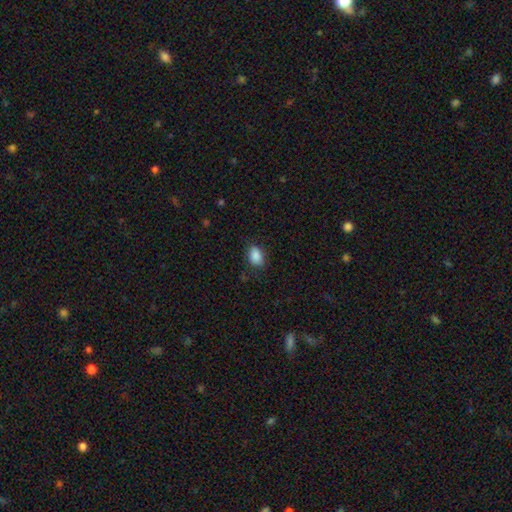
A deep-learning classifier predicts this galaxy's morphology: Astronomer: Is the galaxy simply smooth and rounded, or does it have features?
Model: smooth — 88%.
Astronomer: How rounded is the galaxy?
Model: in between — 82%.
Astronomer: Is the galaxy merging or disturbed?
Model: none — 77%.